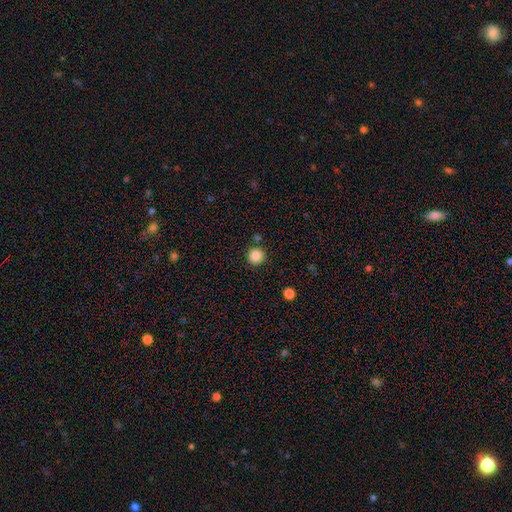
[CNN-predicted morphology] This is clearly a smooth galaxy (87%). How rounded: clearly round (95%). Merging: clearly none (88%).